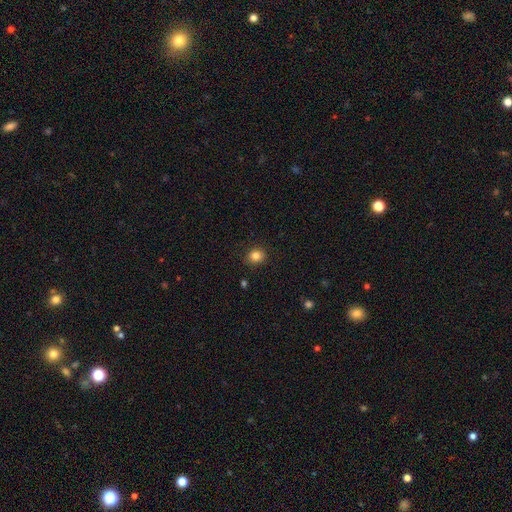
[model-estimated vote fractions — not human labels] Smooth or featured? Predicted: smooth (p=0.83). How rounded? Predicted: round (p=0.69). Merging? Predicted: none (p=0.88).